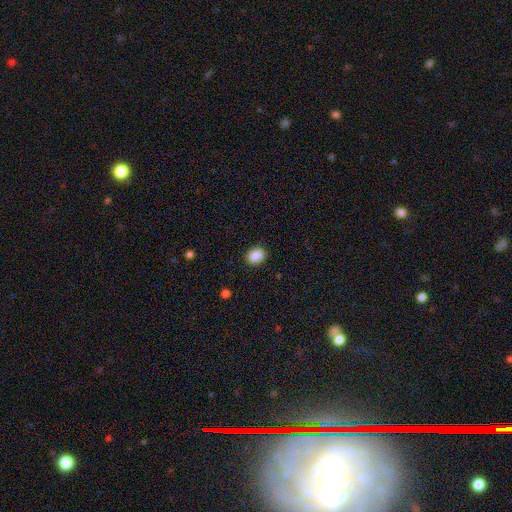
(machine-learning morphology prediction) This is clearly a smooth galaxy (88%). How rounded: possibly in between (55%). Merging: clearly none (87%).